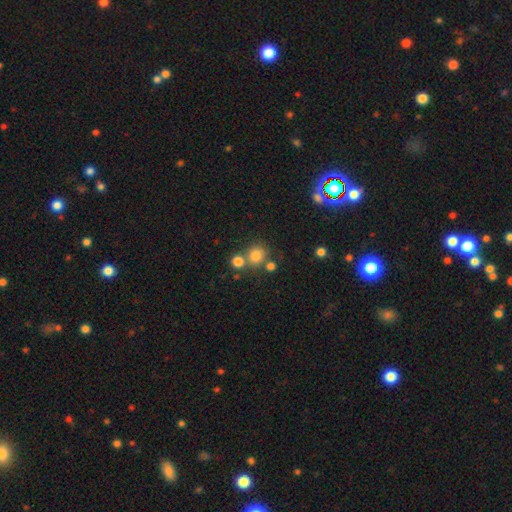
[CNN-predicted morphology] smooth_or_featured: smooth (p=0.79) [alt: star or artifact p=0.14]
how_rounded: round (p=0.87) [alt: in between p=0.12]
merging: none (p=0.64) [alt: merger p=0.23]